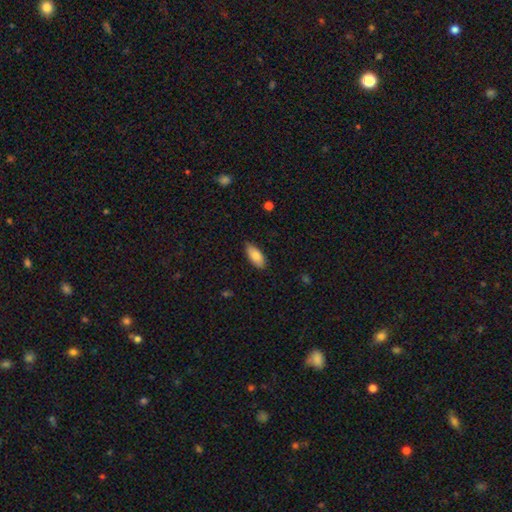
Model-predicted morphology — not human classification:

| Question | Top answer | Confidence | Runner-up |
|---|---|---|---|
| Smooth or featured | smooth | 83% | featured or disk (11%) |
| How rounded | in between | 88% | cigar-shaped (10%) |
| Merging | none | 81% | minor disturbance (16%) |